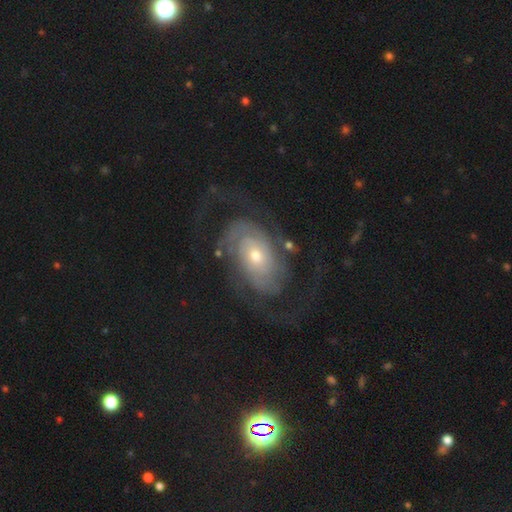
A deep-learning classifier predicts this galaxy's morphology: smooth_or_featured: featured or disk (p=0.87) [alt: smooth p=0.08]
disk_edge_on: no (p=0.96) [alt: yes p=0.04]
bar: no (p=0.72) [alt: weak p=0.22]
has_spiral_arms: yes (p=0.95) [alt: no p=0.05]
spiral_winding: tight (p=0.58) [alt: medium p=0.30]
spiral_arm_count: 2 (p=0.58) [alt: can't tell p=0.19]
bulge_size: moderate (p=0.49) [alt: small p=0.44]
merging: none (p=0.66) [alt: major disturbance p=0.18]